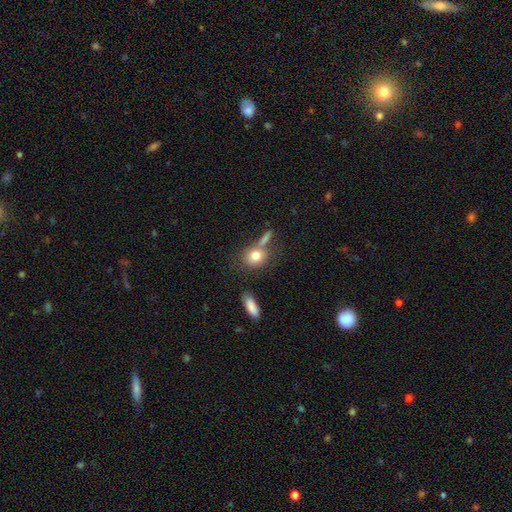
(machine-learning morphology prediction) The model was most divided on "how rounded": round: 58%, in between: 39%, cigar-shaped: 4%. More confident: smooth or featured — smooth (79%); merging — none (55%).